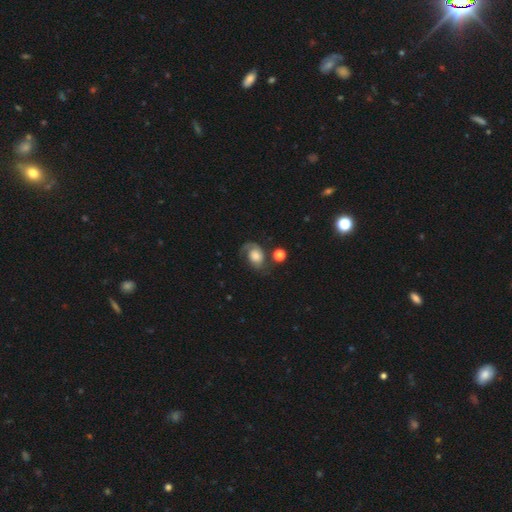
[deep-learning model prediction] Q: Smooth or featured?
A: featured or disk (63%); runner-up: smooth (28%)
Q: Edge-on disk?
A: no (97%); runner-up: yes (3%)
Q: Bar?
A: no (74%); runner-up: weak (22%)
Q: Spiral arms?
A: yes (91%); runner-up: no (9%)
Q: Spiral winding?
A: medium (42%); runner-up: tight (29%)
Q: Spiral arm count?
A: 2 (56%); runner-up: 1 (35%)
Q: Bulge size?
A: large (36%); runner-up: moderate (28%)
Q: Merging?
A: none (52%); runner-up: minor disturbance (22%)